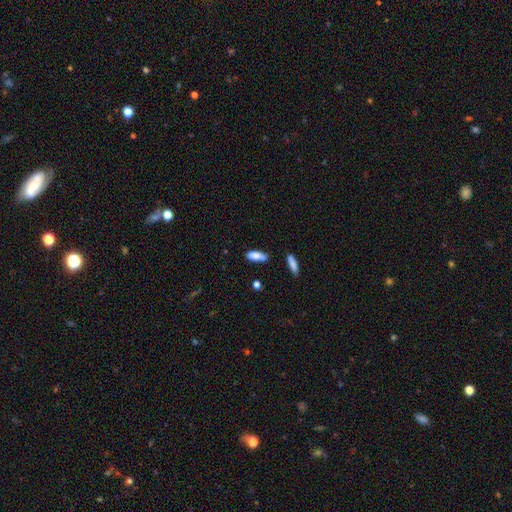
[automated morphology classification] smooth 84%, featured or disk 9%, star or artifact 7%. Down the decision tree: how rounded — in between (65%); merging — none (69%).